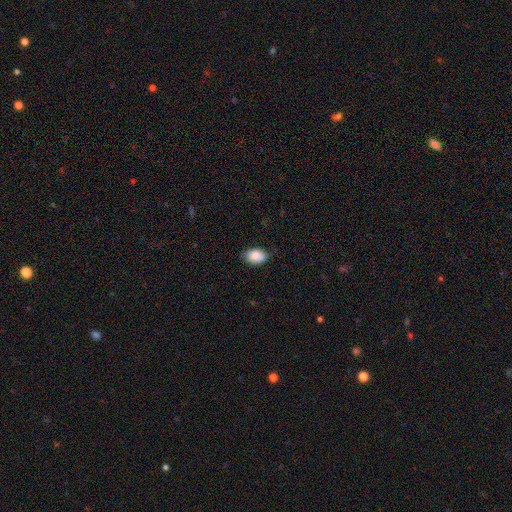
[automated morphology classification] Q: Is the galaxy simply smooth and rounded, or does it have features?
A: smooth — 87%.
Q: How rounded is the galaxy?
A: in between — 87%.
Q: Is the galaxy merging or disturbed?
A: none — 75%.